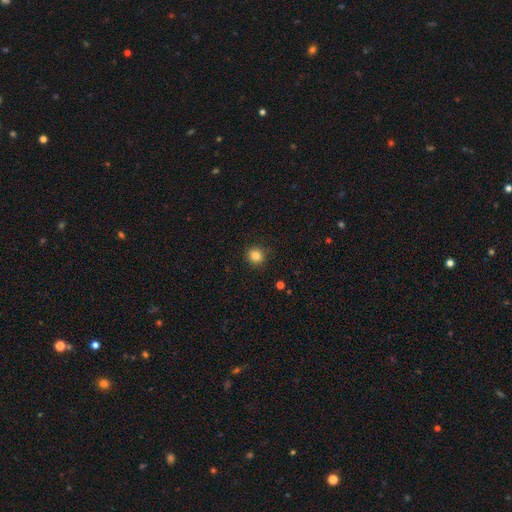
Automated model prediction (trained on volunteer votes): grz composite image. It shows a smooth galaxy with no disk features (84%) that is round (87%). Merging: none (89%).